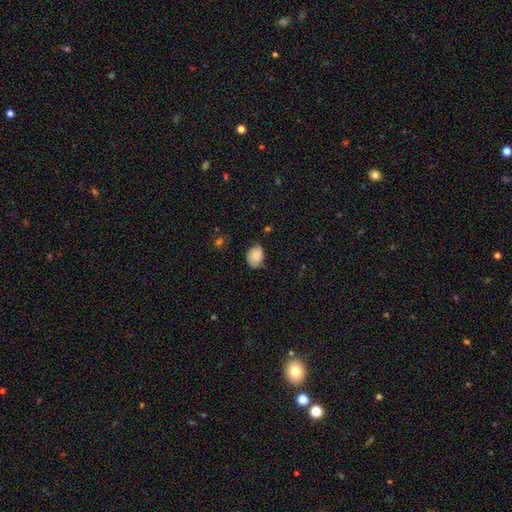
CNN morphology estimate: smooth-or-featured: smooth: 83% | featured or disk: 9% | star or artifact: 8%
  how-rounded: in between: 64% | round: 35% | cigar-shaped: 1%
  merging: none: 64% | minor disturbance: 29% | major disturbance: 5% | merger: 2%